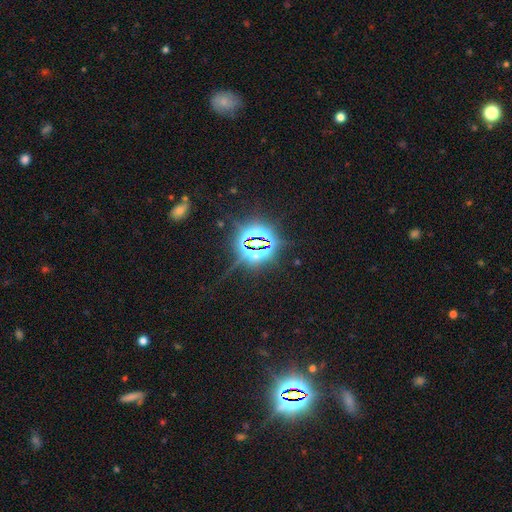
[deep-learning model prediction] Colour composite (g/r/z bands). It shows a star or artifact, not a galaxy (85%).